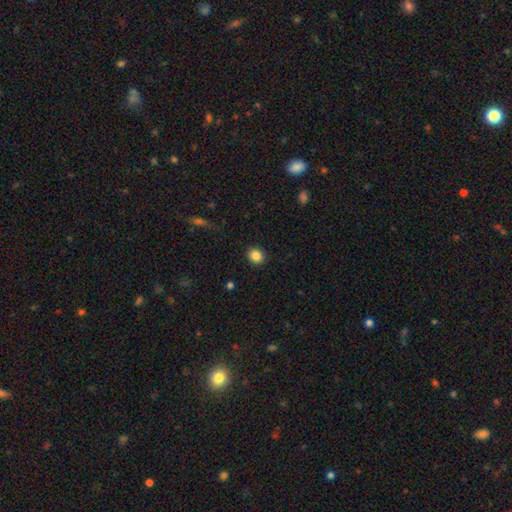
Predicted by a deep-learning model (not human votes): smooth_or_featured: smooth (p=0.85) [alt: star or artifact p=0.10]
how_rounded: round (p=0.72) [alt: in between p=0.28]
merging: none (p=0.90) [alt: minor disturbance p=0.07]